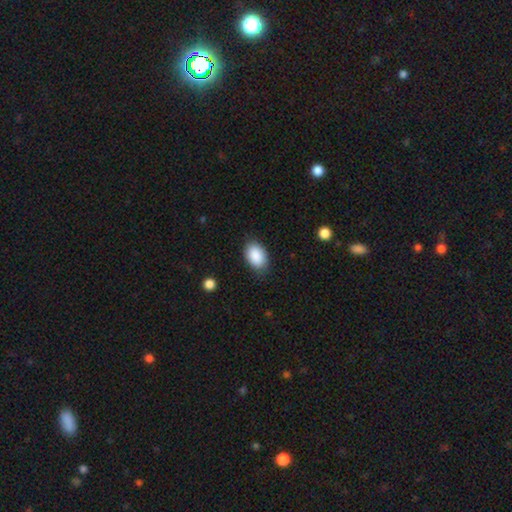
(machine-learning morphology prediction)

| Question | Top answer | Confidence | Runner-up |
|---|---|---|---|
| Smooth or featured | smooth | 90% | star or artifact (6%) |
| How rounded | in between | 89% | round (10%) |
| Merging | none | 82% | minor disturbance (14%) |